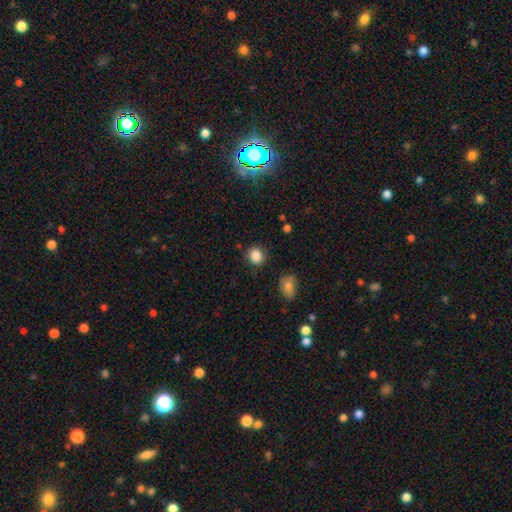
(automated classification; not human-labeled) Smooth or featured? smooth (86%)
How rounded? round (78%)
Merging? none (84%)